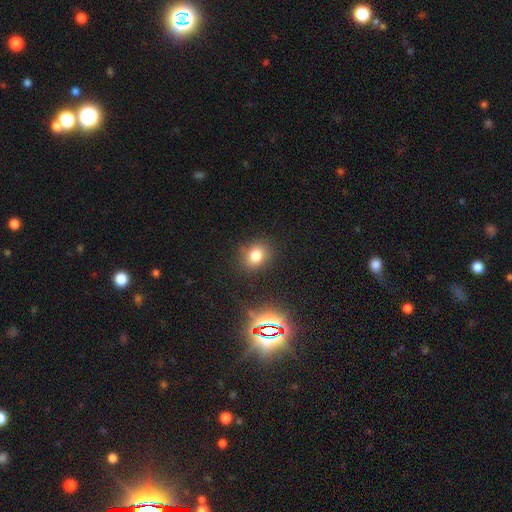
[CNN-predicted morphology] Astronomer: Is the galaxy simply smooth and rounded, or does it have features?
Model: smooth — 76%.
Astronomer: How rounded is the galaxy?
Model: round — 52% (runner-up: in between, 47%).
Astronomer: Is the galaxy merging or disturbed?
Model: none — 83%.